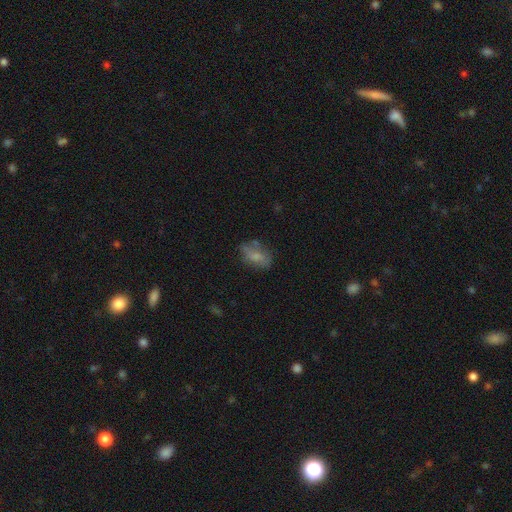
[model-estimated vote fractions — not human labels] Smooth or featured: smooth — 61% (featured or disk — 29%)
How rounded: in between — 83% (round — 13%)
Merging: none — 54% (minor disturbance — 26%)